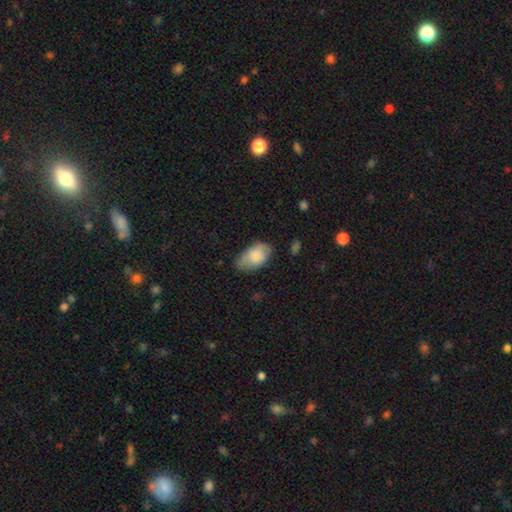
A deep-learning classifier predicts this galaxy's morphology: A smooth galaxy with no disk features (80%) that is in between round and cigar-shaped (93%).

Vote fractions:
- Smooth or featured? smooth: 80% / featured or disk: 14% / star or artifact: 7%
- How rounded? in between: 93% / round: 6% / cigar-shaped: 2%
- Merging? none: 57% / minor disturbance: 32% / major disturbance: 9% / merger: 2%